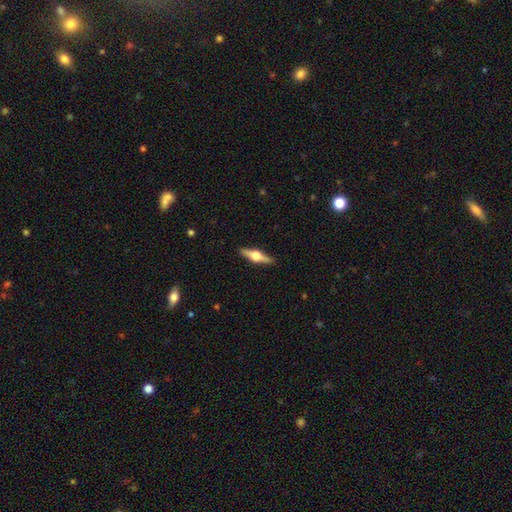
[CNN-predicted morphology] smooth_or_featured: featured or disk (p=0.73) [alt: smooth p=0.22]
disk_edge_on: yes (p=0.97) [alt: no p=0.03]
edge_on_bulge: rounded (p=0.95) [alt: boxy p=0.03]
merging: none (p=0.91) [alt: minor disturbance p=0.07]